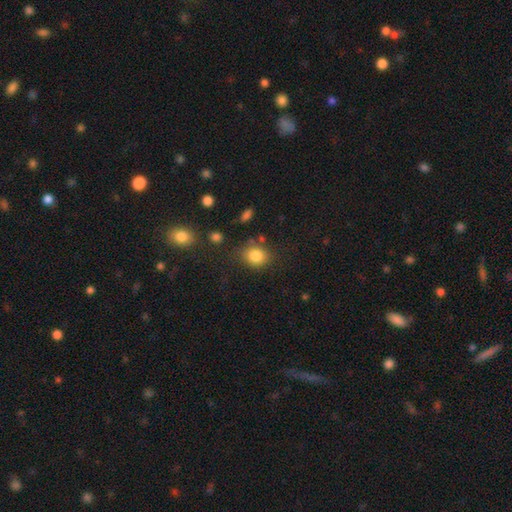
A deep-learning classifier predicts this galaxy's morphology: Smooth or featured? Predicted: smooth (p=0.83). How rounded? Predicted: round (p=0.64). Merging? Predicted: none (p=0.73).